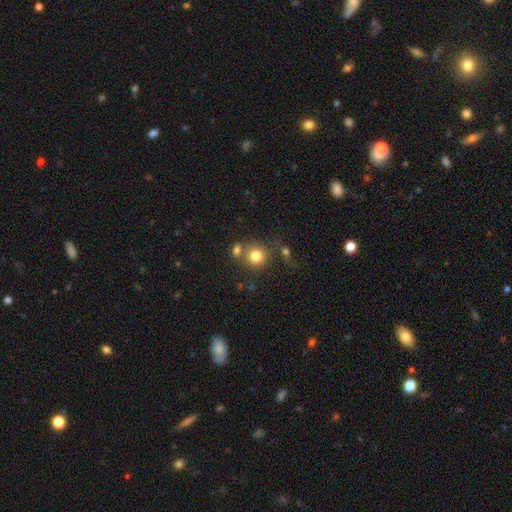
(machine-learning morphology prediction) smooth 79%, star or artifact 11%, featured or disk 10%. Down the decision tree: how rounded — round (85%); merging — none (59%).